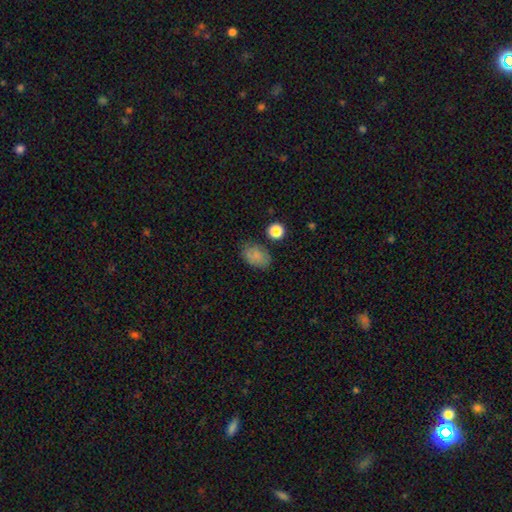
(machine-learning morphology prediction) Smooth or featured? smooth (82%)
How rounded? in between (82%)
Merging? none (74%)